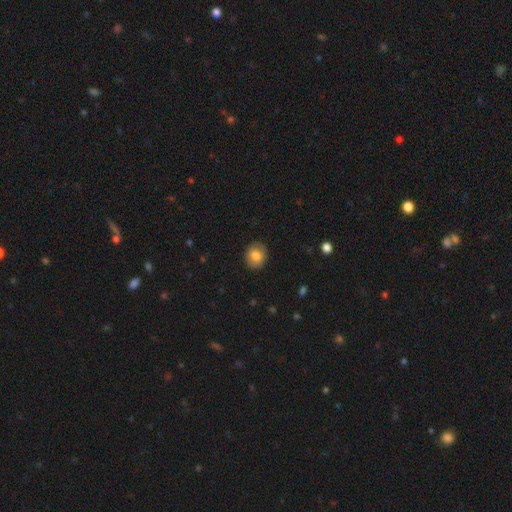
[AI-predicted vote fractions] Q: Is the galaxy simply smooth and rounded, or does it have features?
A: smooth — 82%.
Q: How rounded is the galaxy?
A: round — 63%.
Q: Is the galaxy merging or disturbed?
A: none — 88%.